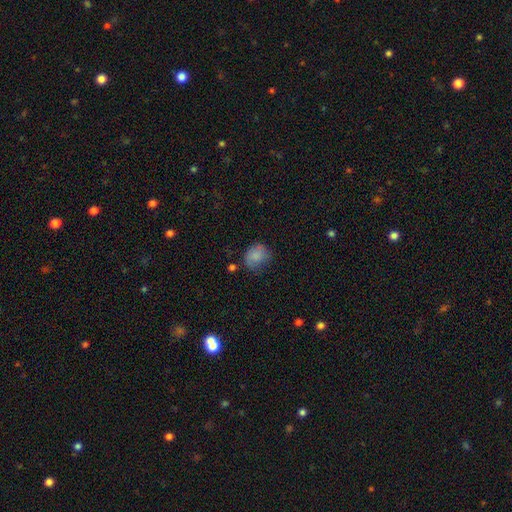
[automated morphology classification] Overall: smooth (82%). How rounded: round (62%; in between 37%). Merging: none (57%; minor disturbance 29%).